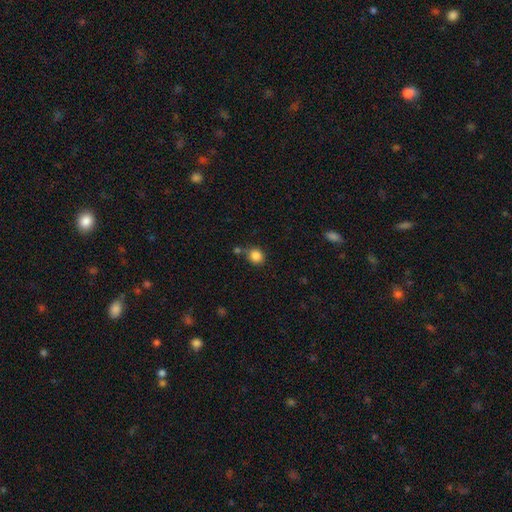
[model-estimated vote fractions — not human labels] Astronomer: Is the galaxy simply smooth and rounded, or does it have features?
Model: smooth — 86%.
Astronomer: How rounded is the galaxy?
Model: round — 81%.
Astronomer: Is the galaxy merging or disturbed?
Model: none — 71%.